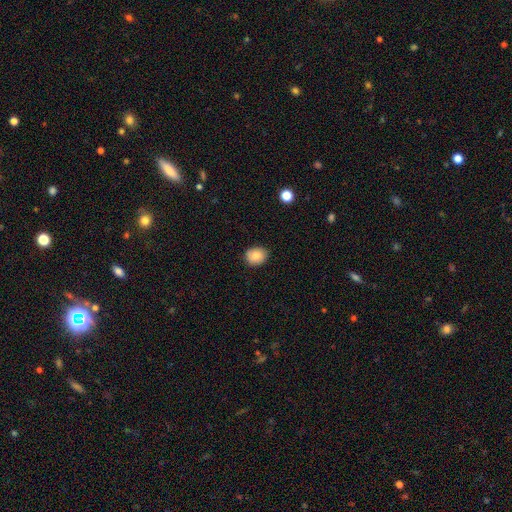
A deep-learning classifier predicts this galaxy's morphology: A smooth galaxy with no disk features (81%) that is round (62%). Merging: none (85%).